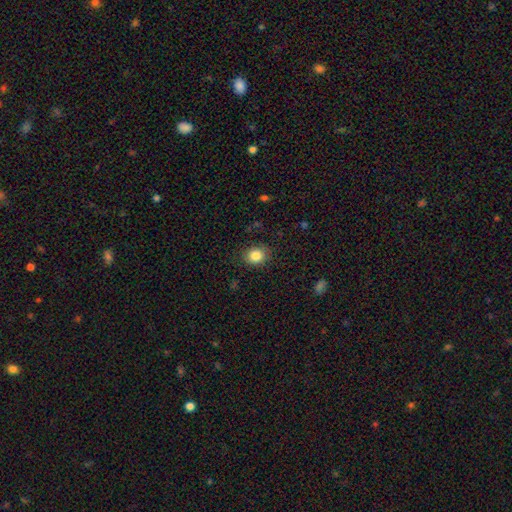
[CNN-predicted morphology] Smooth or featured? smooth (84%)
How rounded? round (70%)
Merging? none (86%)